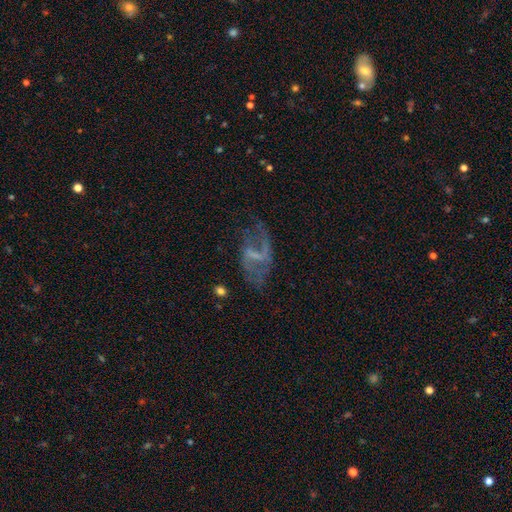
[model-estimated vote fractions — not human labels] Smooth or featured? Predicted: featured or disk (p=0.78). Edge-on disk? Predicted: no (p=0.96). Bar? Predicted: weak (p=0.46). Spiral arms? Predicted: yes (p=0.80). Spiral winding? Predicted: loose (p=0.63). Spiral arm count? Predicted: 2 (p=0.77). Bulge size? Predicted: none (p=0.52). Merging? Predicted: none (p=0.51).